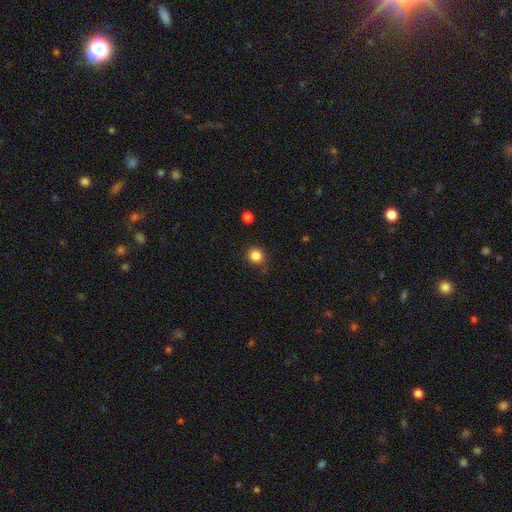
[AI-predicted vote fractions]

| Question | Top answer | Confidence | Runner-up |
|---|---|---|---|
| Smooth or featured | smooth | 84% | star or artifact (11%) |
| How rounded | round | 86% | in between (13%) |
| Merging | none | 76% | minor disturbance (17%) |